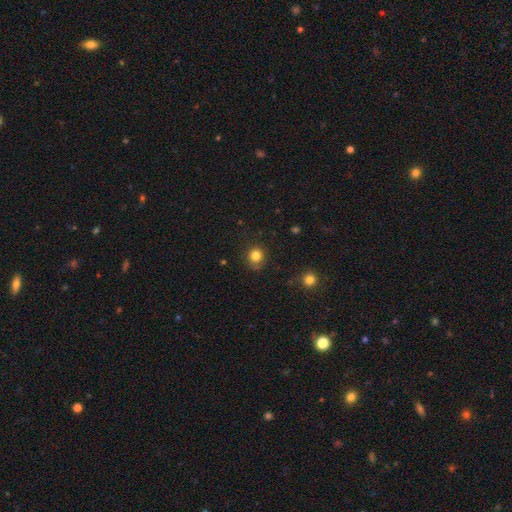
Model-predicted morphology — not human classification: smooth_or_featured: smooth (p=0.82) [alt: star or artifact p=0.12]
how_rounded: round (p=0.86) [alt: in between p=0.13]
merging: none (p=0.83) [alt: minor disturbance p=0.13]